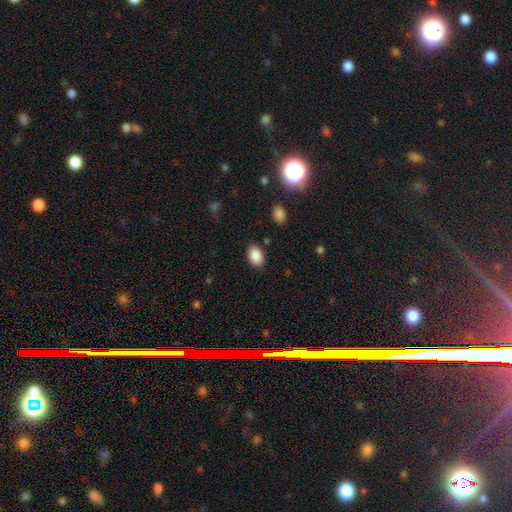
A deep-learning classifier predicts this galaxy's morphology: smooth-or-featured: smooth: 89% | star or artifact: 8% | featured or disk: 4%
  how-rounded: in between: 87% | round: 12% | cigar-shaped: 1%
  merging: none: 86% | minor disturbance: 10% | major disturbance: 3% | merger: 2%